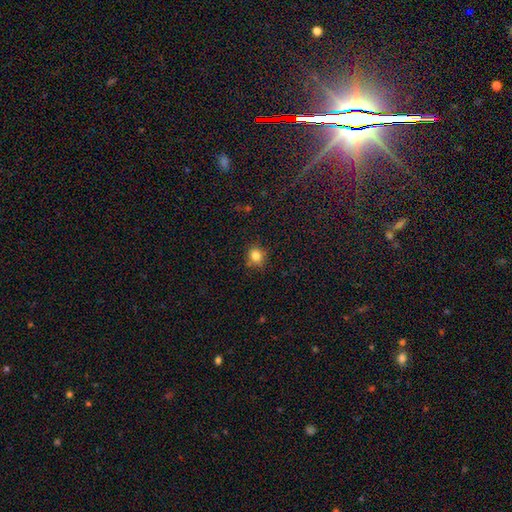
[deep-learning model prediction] A smooth galaxy with no disk features (83%) that is round (82%). Merging: none (80%).